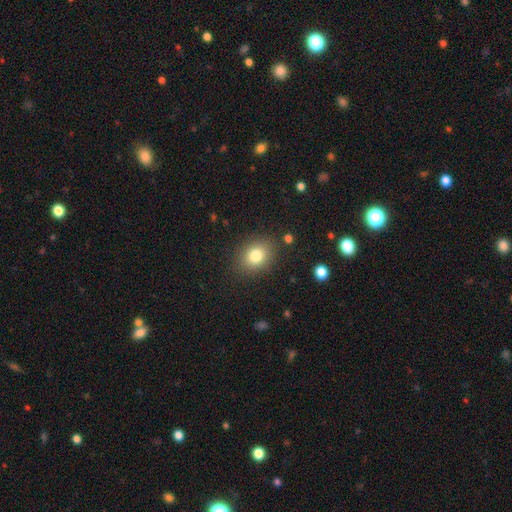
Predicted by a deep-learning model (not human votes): A smooth galaxy with no disk features (79%) that is in between round and cigar-shaped (51%).

Vote fractions:
- Smooth or featured? smooth: 79% / star or artifact: 11% / featured or disk: 9%
- How rounded? in between: 51% / round: 48% / cigar-shaped: 1%
- Merging? none: 86% / minor disturbance: 9% / major disturbance: 3% / merger: 2%